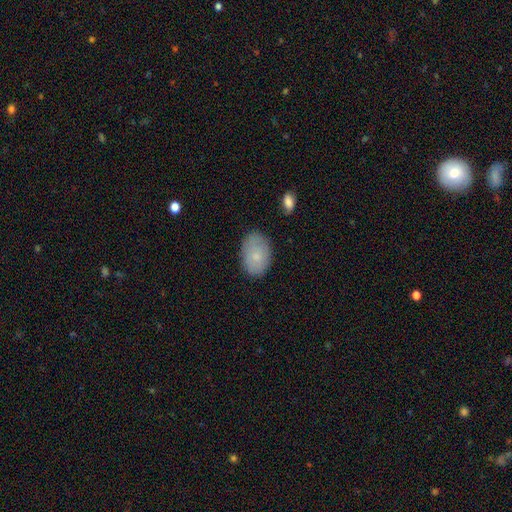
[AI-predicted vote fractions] smooth_or_featured: smooth (p=0.78) [alt: featured or disk p=0.15]
how_rounded: in between (p=0.84) [alt: round p=0.14]
merging: none (p=0.78) [alt: minor disturbance p=0.17]